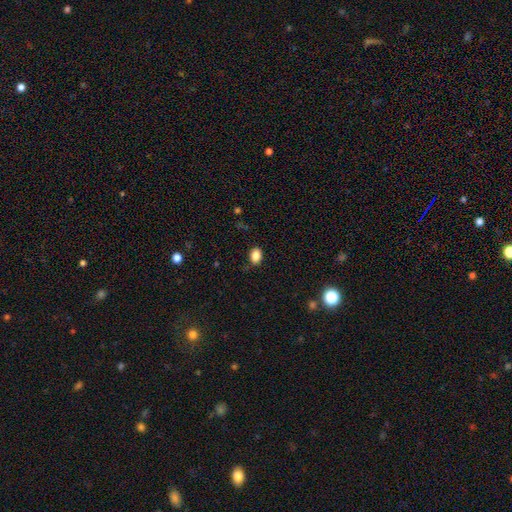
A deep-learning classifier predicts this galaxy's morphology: Smooth or featured? smooth (86%)
How rounded? in between (75%)
Merging? none (81%)